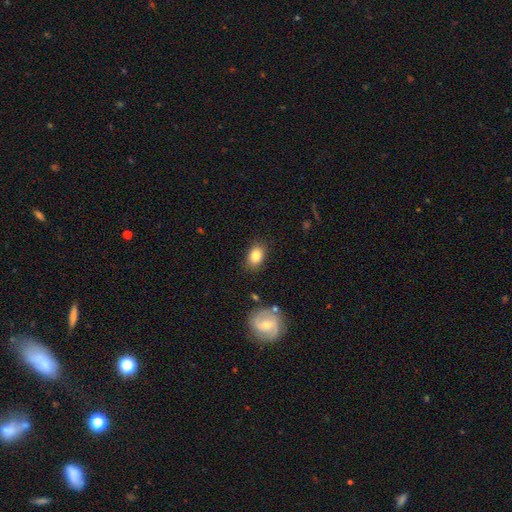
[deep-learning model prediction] This appears to be a smooth galaxy with no disk features (83%) that is in between round and cigar-shaped (76%). Merging: none (82%).